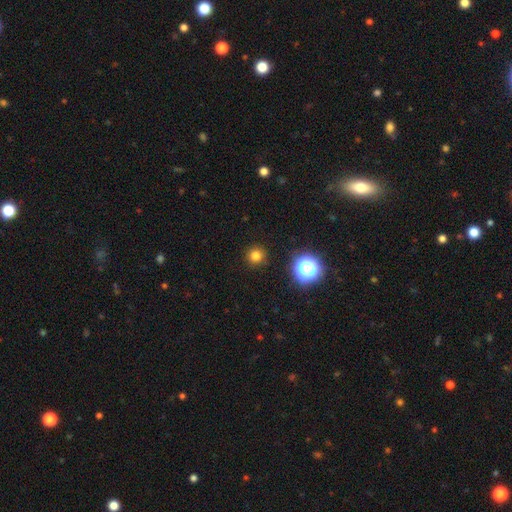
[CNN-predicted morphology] The model was most divided on "smooth or featured": smooth: 77%, star or artifact: 18%, featured or disk: 5%. More confident: how rounded — round (94%); merging — none (92%).